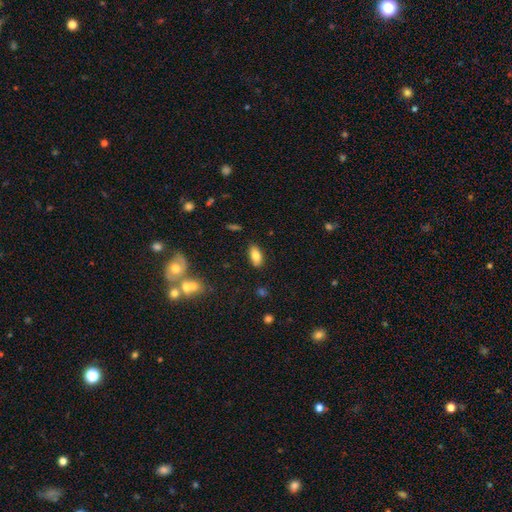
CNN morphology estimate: A smooth galaxy with no disk features (79%) that is in between round and cigar-shaped (89%). Merging: none (85%).